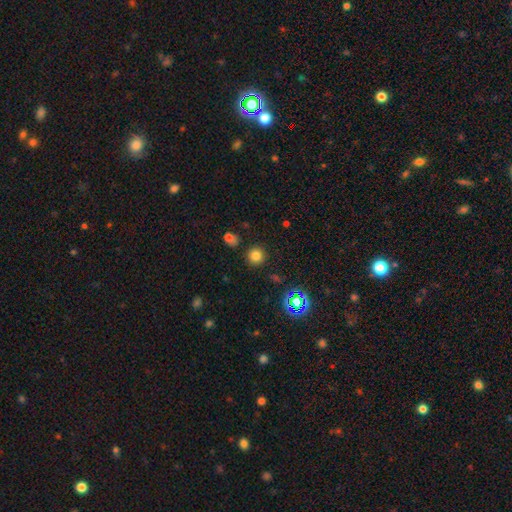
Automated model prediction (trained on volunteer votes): Overall: smooth (77%). How rounded: round (92%). Merging: none (87%).